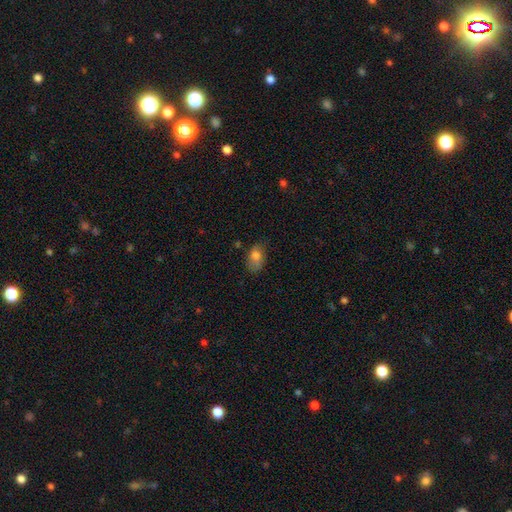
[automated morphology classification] Smooth or featured: smooth — 75% (featured or disk — 16%)
How rounded: in between — 86% (round — 12%)
Merging: none — 57% (minor disturbance — 31%)